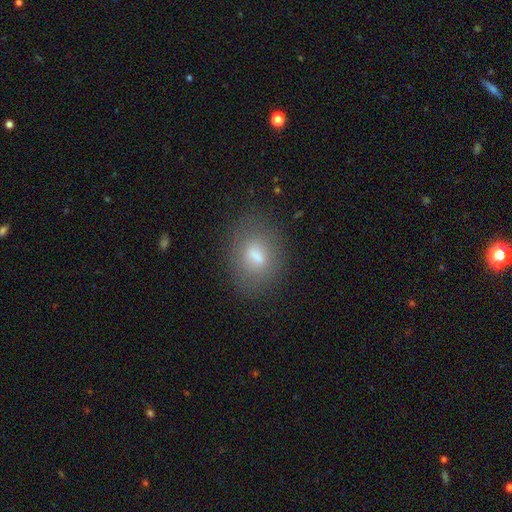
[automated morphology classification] smooth_or_featured: smooth (p=0.69) [alt: featured or disk p=0.20]
how_rounded: in between (p=0.71) [alt: round p=0.26]
merging: none (p=0.74) [alt: minor disturbance p=0.15]